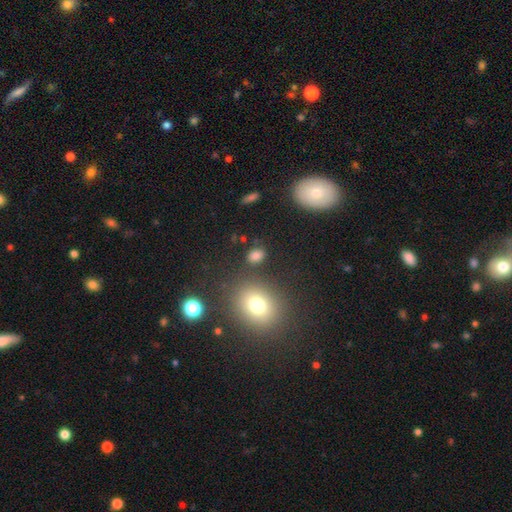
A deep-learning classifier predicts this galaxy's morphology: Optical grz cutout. It shows a smooth galaxy with no disk features (78%) that is in between round and cigar-shaped (65%). Merging: none (78%).